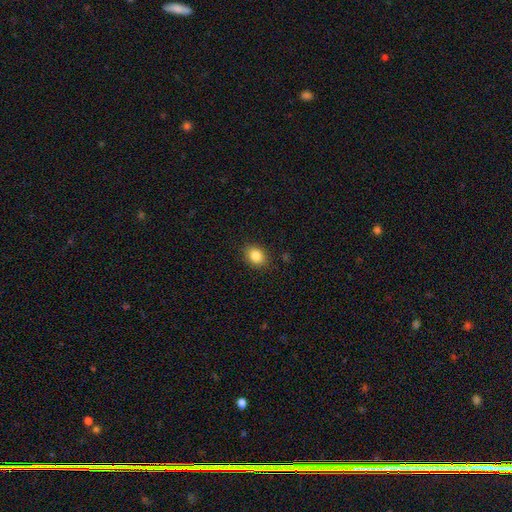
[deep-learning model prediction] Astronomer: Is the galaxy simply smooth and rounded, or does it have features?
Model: smooth — 84%.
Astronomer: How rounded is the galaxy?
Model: in between — 58% (runner-up: round, 41%).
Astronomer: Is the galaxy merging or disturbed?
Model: none — 88%.